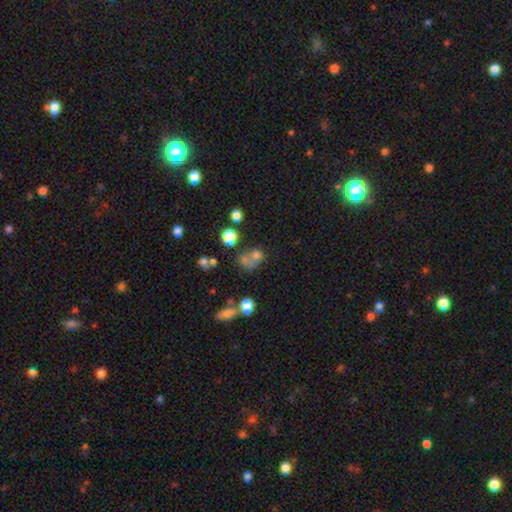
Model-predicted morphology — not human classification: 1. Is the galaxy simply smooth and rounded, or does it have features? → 67% smooth, 17% star or artifact, 16% featured or disk.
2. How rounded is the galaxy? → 61% round, 37% in between, 1% cigar-shaped.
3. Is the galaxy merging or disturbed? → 46% merger, 32% none, 11% minor disturbance, 11% major disturbance.